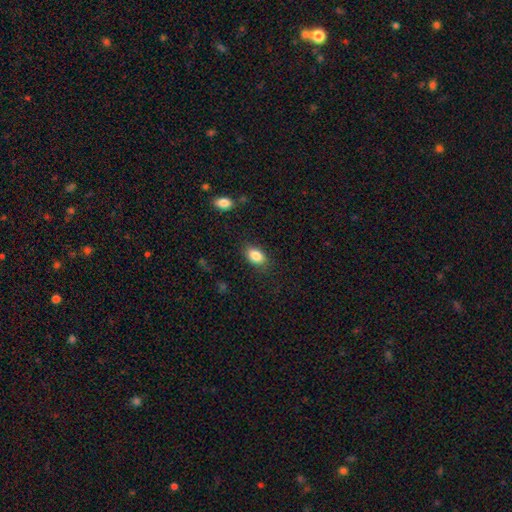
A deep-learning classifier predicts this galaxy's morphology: Smooth or featured? Predicted: smooth (p=0.85). How rounded? Predicted: in between (p=0.84). Merging? Predicted: none (p=0.83).